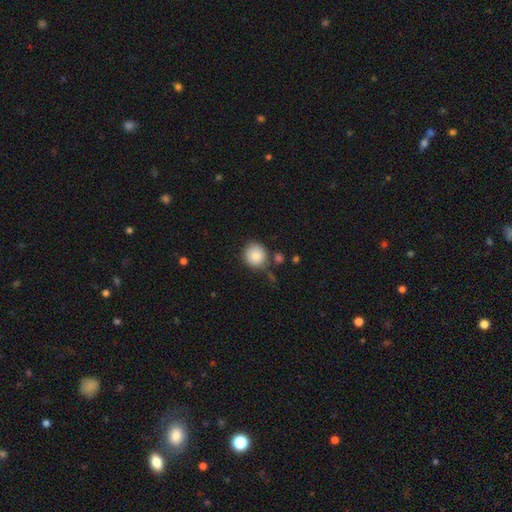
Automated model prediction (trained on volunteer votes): Overall: smooth (85%). How rounded: round (91%). Merging: none (75%).